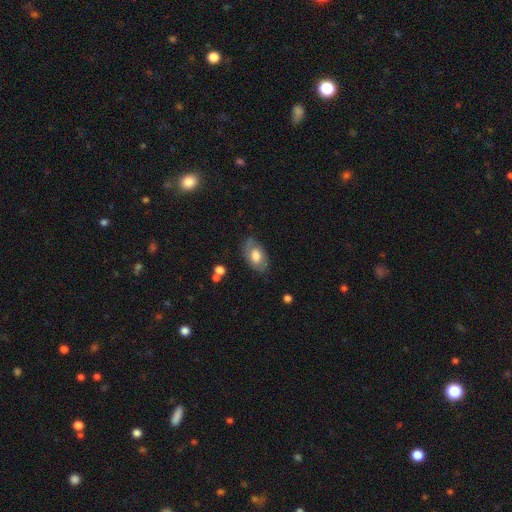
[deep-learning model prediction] Smooth or featured: smooth — 55% (featured or disk — 38%)
How rounded: in between — 91% (round — 8%)
Merging: none — 73% (minor disturbance — 20%)